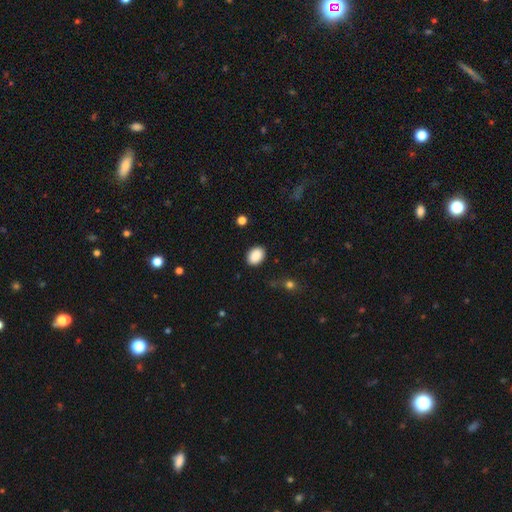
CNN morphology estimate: Smooth or featured? Predicted: smooth (p=0.89). How rounded? Predicted: in between (p=0.72). Merging? Predicted: none (p=0.88).